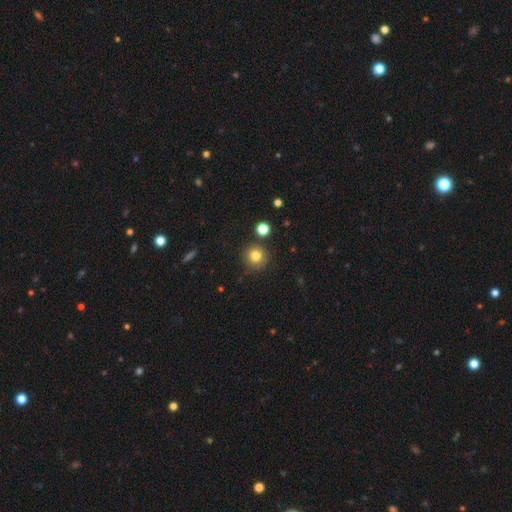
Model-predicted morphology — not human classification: smooth_or_featured: smooth (p=0.80) [alt: star or artifact p=0.12]
how_rounded: round (p=0.94) [alt: in between p=0.05]
merging: none (p=0.85) [alt: minor disturbance p=0.08]